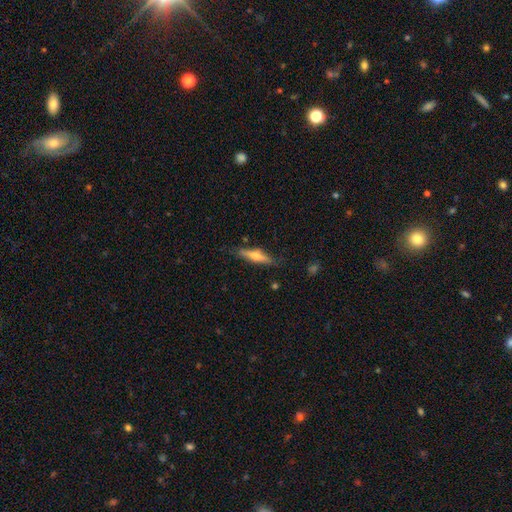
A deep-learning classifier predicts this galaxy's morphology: A featured or disk galaxy (54%) viewed edge-on (94%) with a rounded central bulge (81%). Merging: none (82%).